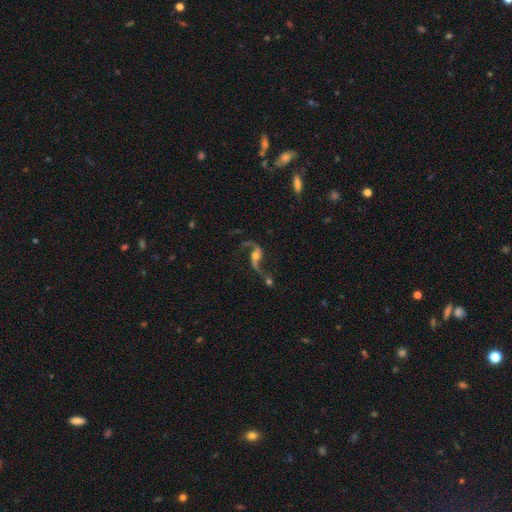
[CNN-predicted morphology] smooth-or-featured: featured or disk: 87% | star or artifact: 7% | smooth: 6%
  disk-edge-on: no: 95% | yes: 5%
    bar: no: 49% | weak: 33% | strong: 18%
    has-spiral-arms: yes: 95% | no: 5%
      spiral-winding: loose: 89% | medium: 8% | tight: 2%
      spiral-arm-count: 2: 92% | 1: 3% | can't tell: 1% | 3: 1% | 4: 1% | more than 4: 1%
    bulge-size: moderate: 57% | small: 27% | large: 10% | none: 4% | dominant: 2%
  merging: none: 58% | merger: 14% | major disturbance: 14% | minor disturbance: 14%